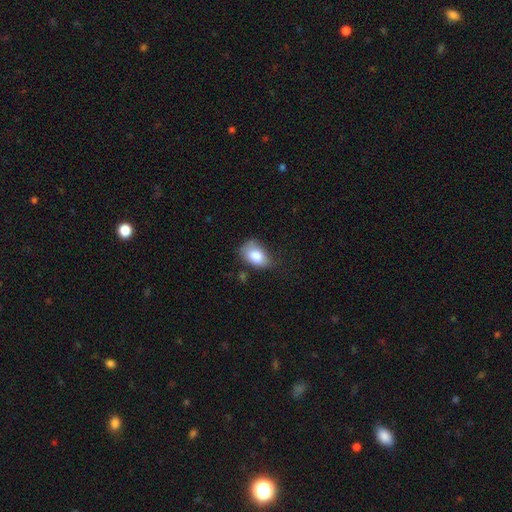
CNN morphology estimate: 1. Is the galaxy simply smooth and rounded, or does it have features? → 81% smooth, 11% featured or disk, 8% star or artifact.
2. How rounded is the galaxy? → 85% in between, 13% round, 1% cigar-shaped.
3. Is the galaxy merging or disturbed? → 44% none, 38% minor disturbance, 14% major disturbance, 4% merger.